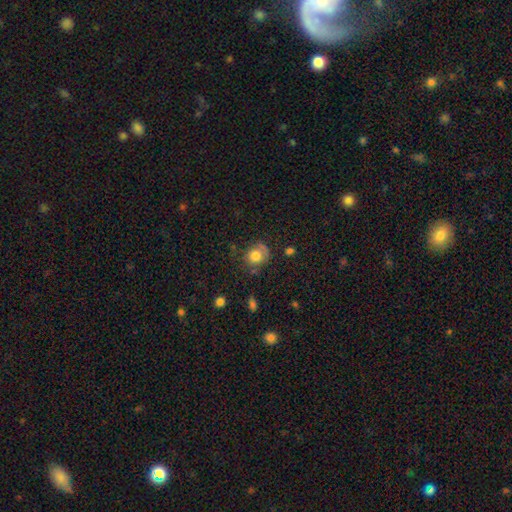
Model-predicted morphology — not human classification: A smooth galaxy with no disk features (75%) that is round (78%).

Vote fractions:
- Smooth or featured? smooth: 75% / featured or disk: 16% / star or artifact: 10%
- How rounded? round: 78% / in between: 21% / cigar-shaped: 1%
- Merging? none: 58% / minor disturbance: 25% / major disturbance: 12% / merger: 5%